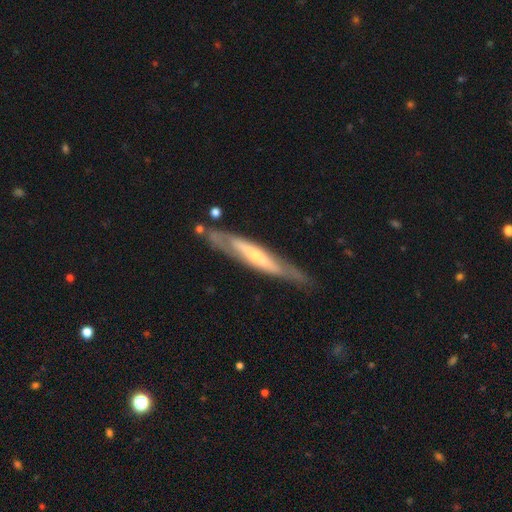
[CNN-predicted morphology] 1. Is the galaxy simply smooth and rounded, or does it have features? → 65% featured or disk, 30% smooth, 5% star or artifact.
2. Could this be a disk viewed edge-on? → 70% yes, 30% no.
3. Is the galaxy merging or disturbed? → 75% none, 17% minor disturbance, 5% major disturbance, 3% merger.